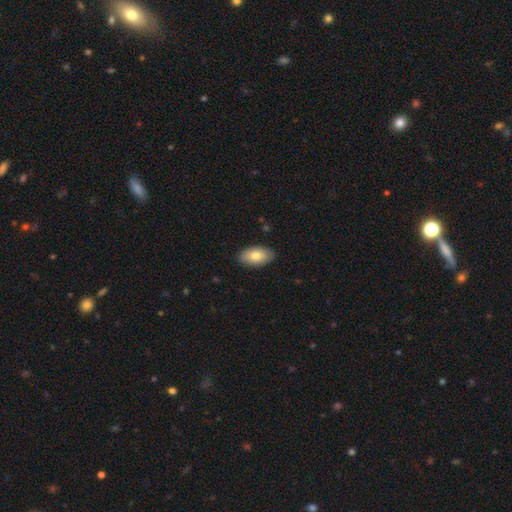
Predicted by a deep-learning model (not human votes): A smooth galaxy with no disk features (78%) that is in between round and cigar-shaped (94%). Merging: none (88%).